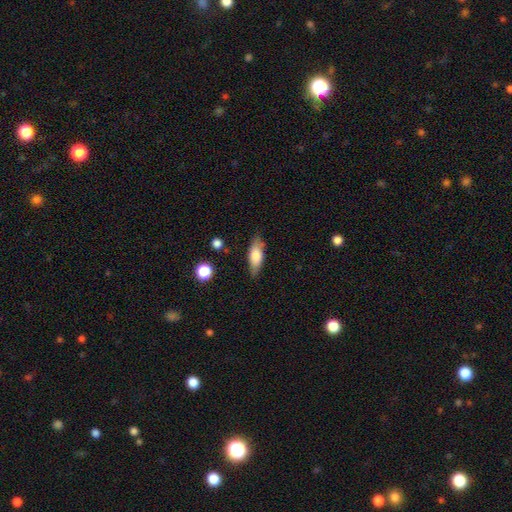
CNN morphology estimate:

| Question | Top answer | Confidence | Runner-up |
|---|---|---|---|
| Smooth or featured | smooth | 73% | featured or disk (20%) |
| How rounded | in between | 69% | cigar-shaped (28%) |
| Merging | none | 78% | minor disturbance (16%) |